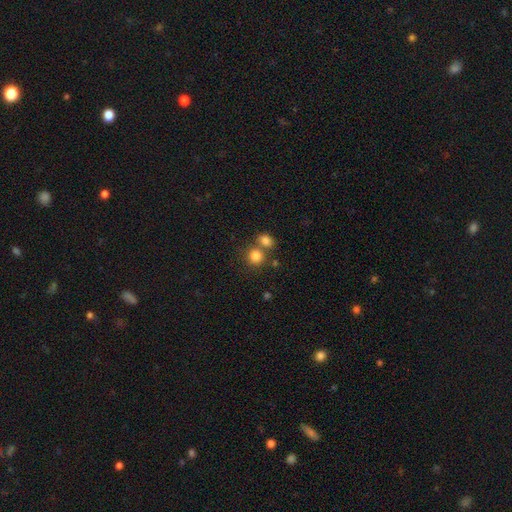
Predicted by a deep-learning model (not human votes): This is clearly a smooth galaxy (82%). How rounded: clearly round (82%). Merging: possibly none (54%).